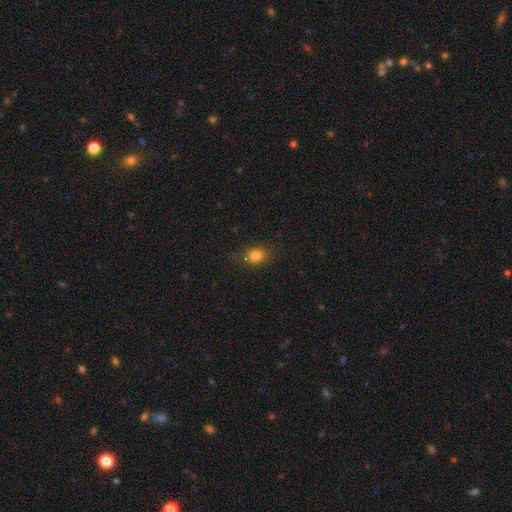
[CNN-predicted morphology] type=smooth (81%); roundness=round (52%); merging=none (83%).